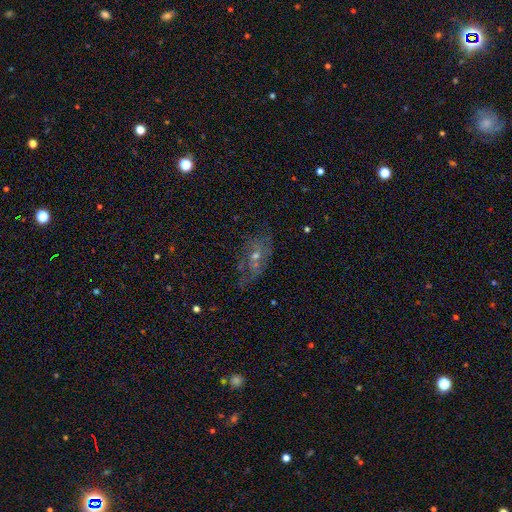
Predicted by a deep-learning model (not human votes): Overall: featured or disk (50%; smooth 30%). Edge-on disk: no (88%). Merging: none (50%; minor disturbance 23%).